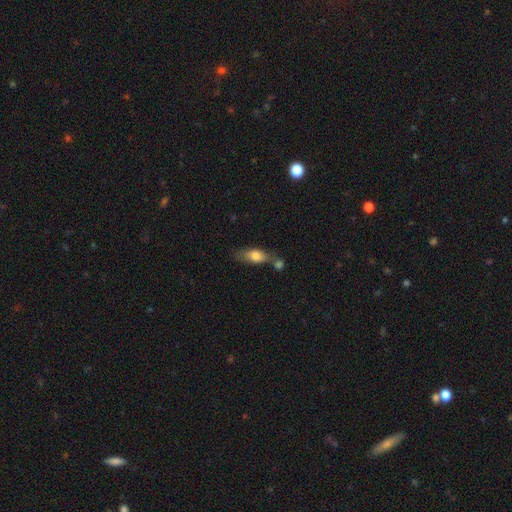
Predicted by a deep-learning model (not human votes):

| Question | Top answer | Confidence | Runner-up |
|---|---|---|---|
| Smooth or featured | smooth | 73% | featured or disk (20%) |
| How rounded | in between | 73% | cigar-shaped (22%) |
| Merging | none | 41% | merger (35%) |